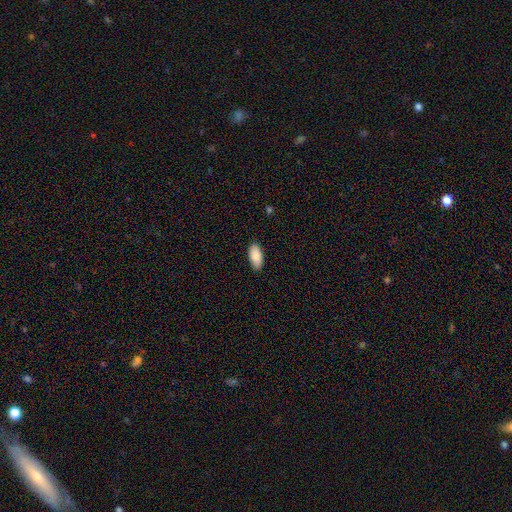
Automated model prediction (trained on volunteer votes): Morphology: type=smooth (89%); roundness=in between (91%); merging=none (87%).